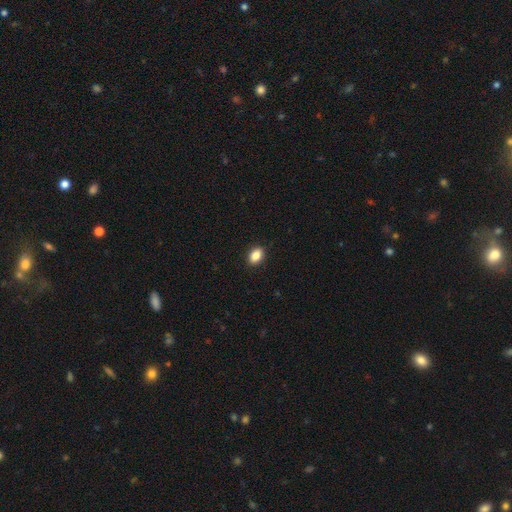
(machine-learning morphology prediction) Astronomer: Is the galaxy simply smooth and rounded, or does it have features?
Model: smooth — 87%.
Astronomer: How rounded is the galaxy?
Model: in between — 82%.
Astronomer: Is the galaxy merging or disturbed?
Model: none — 90%.